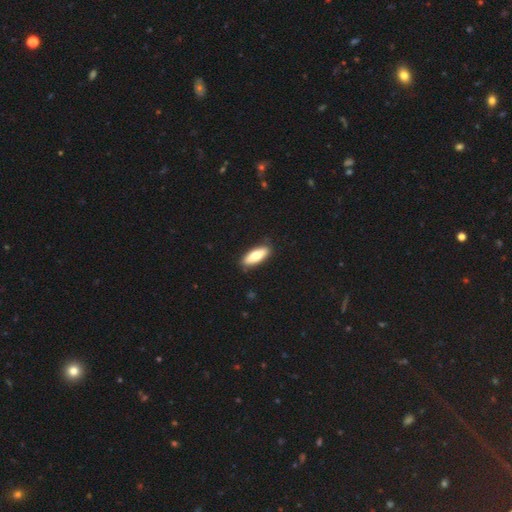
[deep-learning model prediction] Smooth or featured? Predicted: smooth (p=0.69). How rounded? Predicted: in between (p=0.66). Merging? Predicted: none (p=0.89).